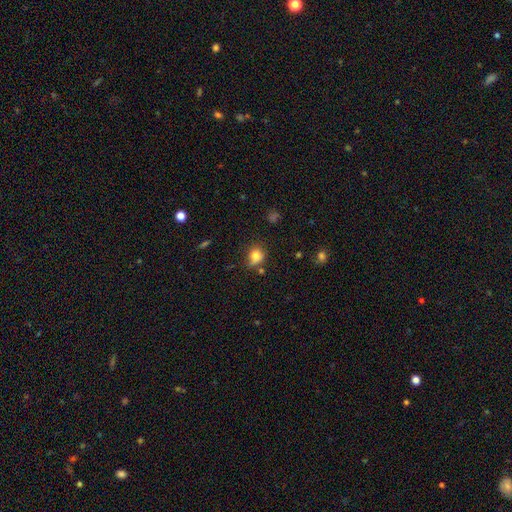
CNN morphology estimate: Q: Smooth or featured?
A: smooth (81%); runner-up: star or artifact (12%)
Q: How rounded?
A: round (60%); runner-up: in between (38%)
Q: Merging?
A: none (56%); runner-up: minor disturbance (28%)